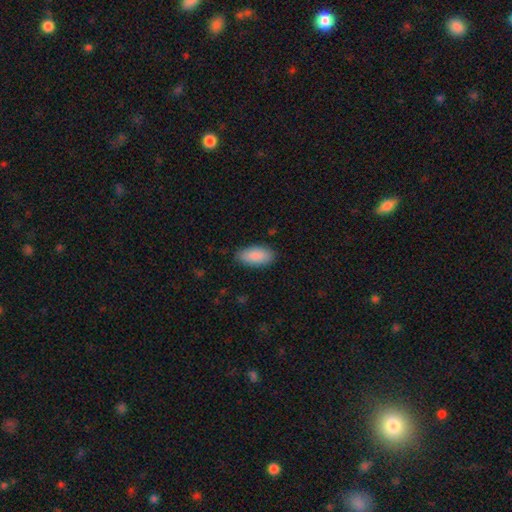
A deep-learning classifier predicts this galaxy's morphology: smooth 89%, star or artifact 6%, featured or disk 5%. Down the decision tree: how rounded — in between (92%); merging — none (85%).